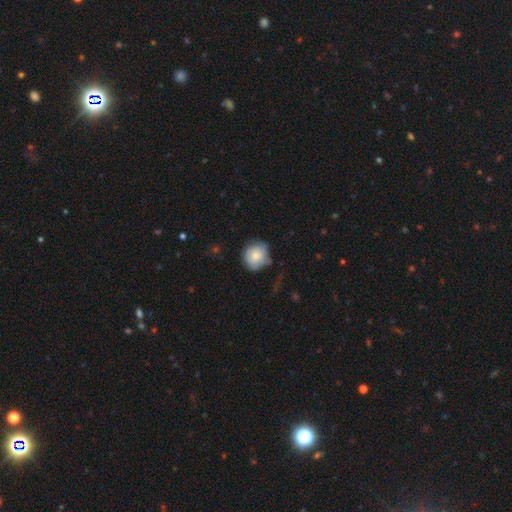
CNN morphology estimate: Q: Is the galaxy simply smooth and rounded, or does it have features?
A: smooth — 80%.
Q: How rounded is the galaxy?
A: round — 84%.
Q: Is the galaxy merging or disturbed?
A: none — 66%.